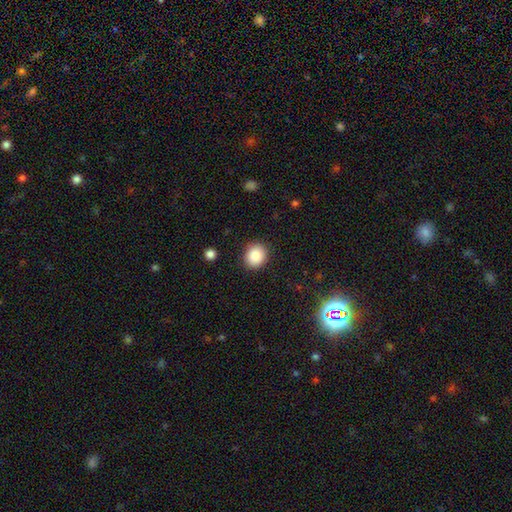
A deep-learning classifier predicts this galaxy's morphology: The model was most divided on "how rounded": round: 68%, in between: 31%, cigar-shaped: 1%. More confident: merging — none (89%); smooth or featured — smooth (86%).